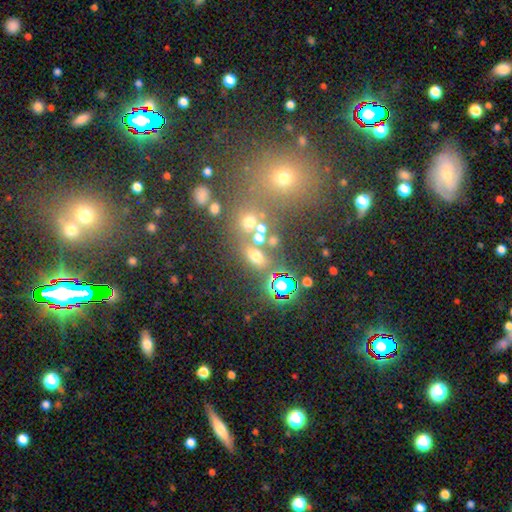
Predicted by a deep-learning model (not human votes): Overall: smooth (54%; star or artifact 30%). How rounded: in between (62%; round 32%). Merging: none (57%; merger 23%).